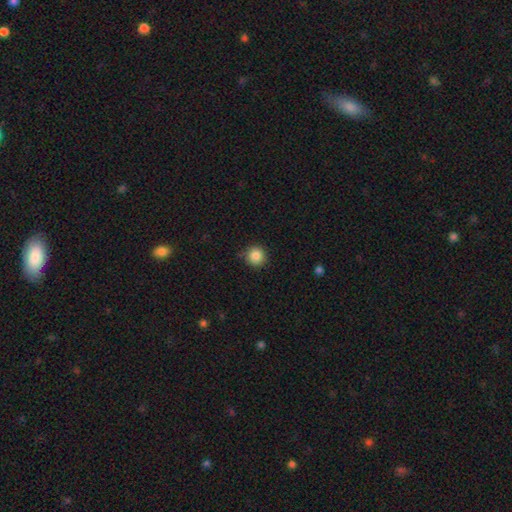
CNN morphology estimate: Q: Smooth or featured?
A: smooth (86%); runner-up: star or artifact (10%)
Q: How rounded?
A: round (94%); runner-up: in between (5%)
Q: Merging?
A: none (85%); runner-up: minor disturbance (11%)